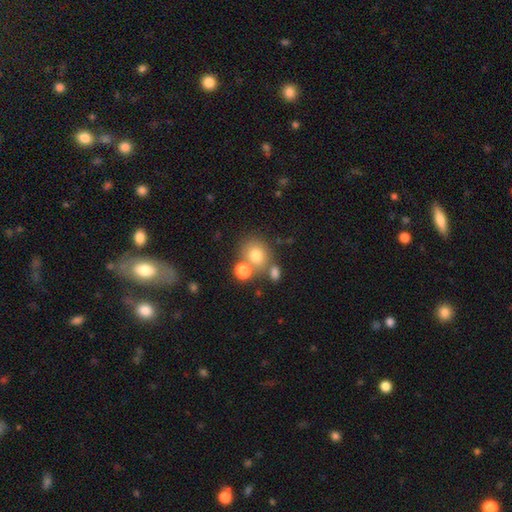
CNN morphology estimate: A smooth galaxy with no disk features (75%) that is round (71%).

Vote fractions:
- Smooth or featured? smooth: 75% / star or artifact: 13% / featured or disk: 12%
- How rounded? round: 71% / in between: 28% / cigar-shaped: 1%
- Merging? none: 58% / merger: 25% / minor disturbance: 12% / major disturbance: 5%